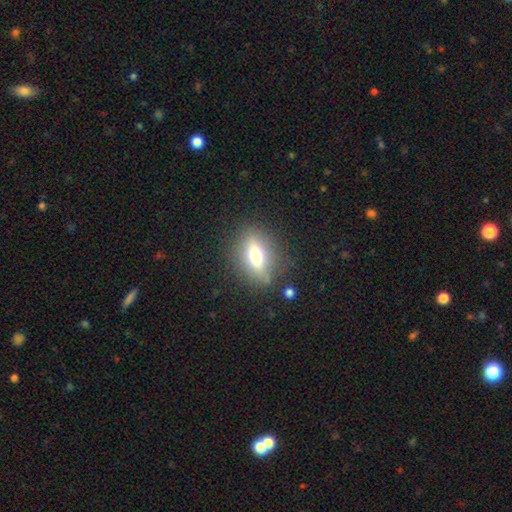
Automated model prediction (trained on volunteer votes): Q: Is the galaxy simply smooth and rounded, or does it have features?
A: smooth — 55%.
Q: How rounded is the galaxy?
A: in between — 65%.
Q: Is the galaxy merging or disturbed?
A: none — 81%.